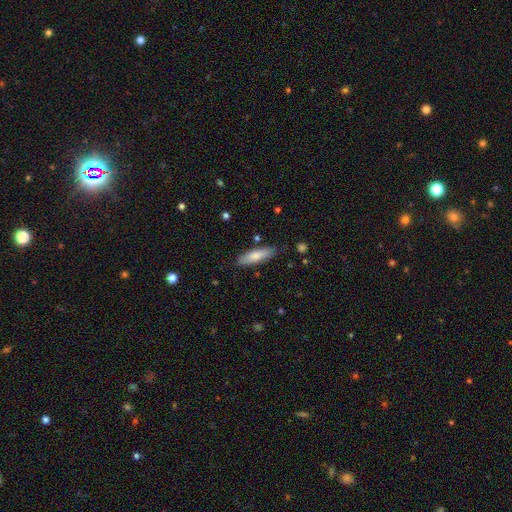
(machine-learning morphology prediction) A smooth galaxy with no disk features (76%) that is cigar-shaped (62%).

Vote fractions:
- Smooth or featured? smooth: 76% / featured or disk: 18% / star or artifact: 6%
- How rounded? cigar-shaped: 62% / in between: 37% / round: 2%
- Merging? none: 83% / minor disturbance: 13% / major disturbance: 2% / merger: 2%